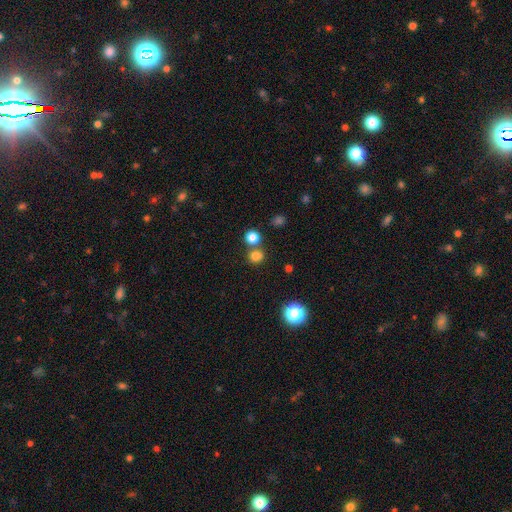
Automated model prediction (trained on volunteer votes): Overall: smooth (76%). How rounded: round (78%). Merging: none (62%; merger 26%).